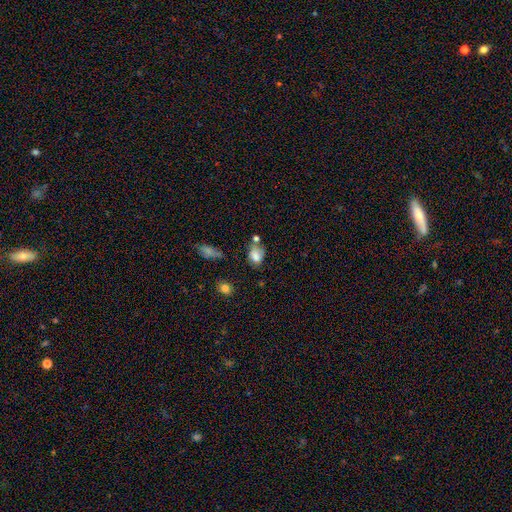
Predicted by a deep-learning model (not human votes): This appears to be a smooth galaxy with no disk features (75%) that is in between round and cigar-shaped (71%). Merging: none (42%).